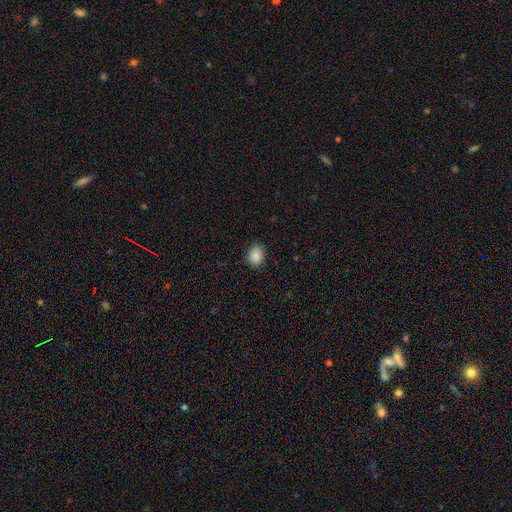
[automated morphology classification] Smooth or featured? smooth (87%)
How rounded? in between (57%)
Merging? none (85%)